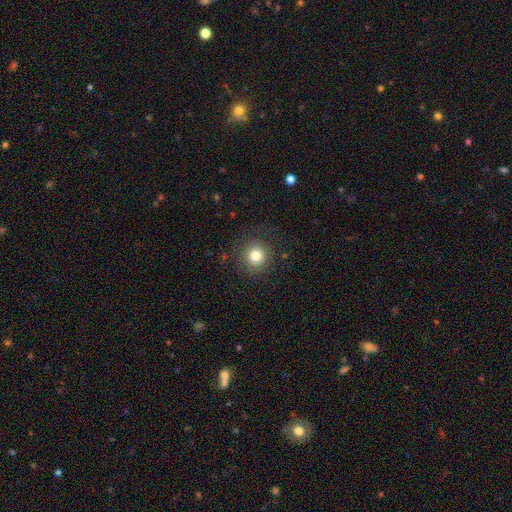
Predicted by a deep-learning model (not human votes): smooth_or_featured: smooth (p=0.80) [alt: star or artifact p=0.12]
how_rounded: round (p=0.93) [alt: in between p=0.06]
merging: none (p=0.87) [alt: minor disturbance p=0.08]